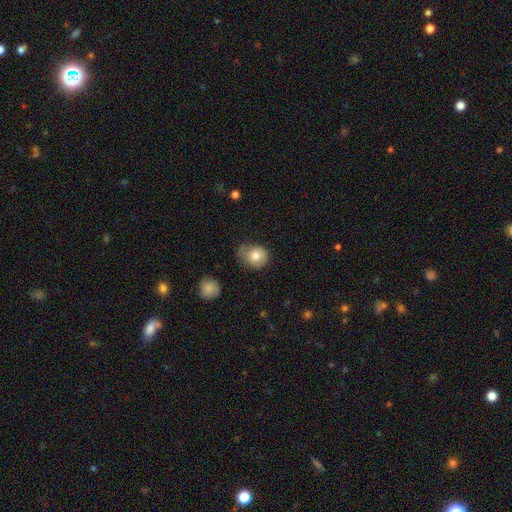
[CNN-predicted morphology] smooth-or-featured: smooth: 78% | featured or disk: 13% | star or artifact: 9%
  how-rounded: round: 69% | in between: 30% | cigar-shaped: 1%
  merging: none: 43% | minor disturbance: 38% | major disturbance: 15% | merger: 3%